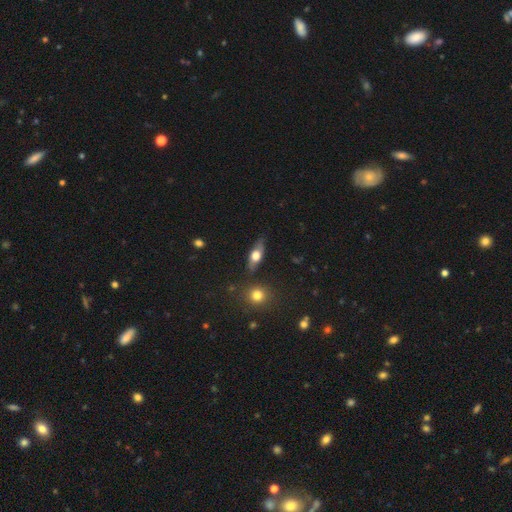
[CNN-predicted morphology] This is possibly a smooth galaxy (50%). Merging: likely none (77%).